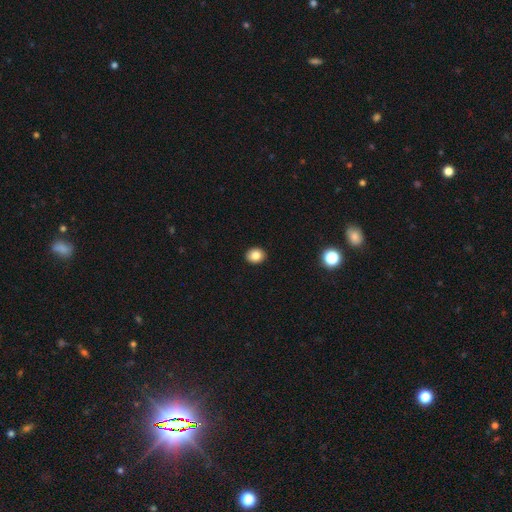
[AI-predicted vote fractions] The model was most divided on "how rounded": round: 64%, in between: 35%, cigar-shaped: 1%. More confident: merging — none (91%); smooth or featured — smooth (83%).